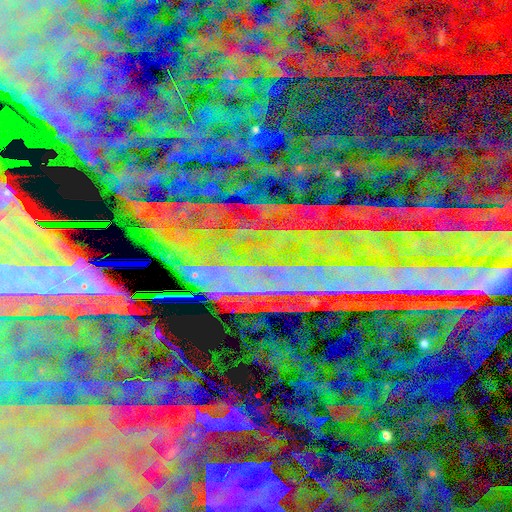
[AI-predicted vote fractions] The model was most divided on "smooth or featured": star or artifact: 89%, featured or disk: 6%, smooth: 5%.